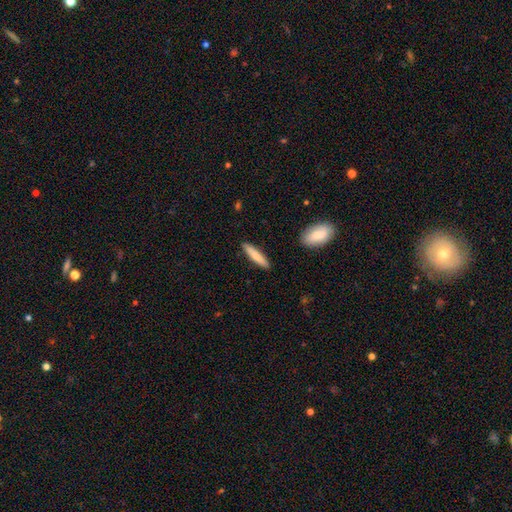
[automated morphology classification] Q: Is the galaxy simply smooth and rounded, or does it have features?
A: smooth — 77%.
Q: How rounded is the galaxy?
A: cigar-shaped — 86%.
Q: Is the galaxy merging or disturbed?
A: none — 90%.